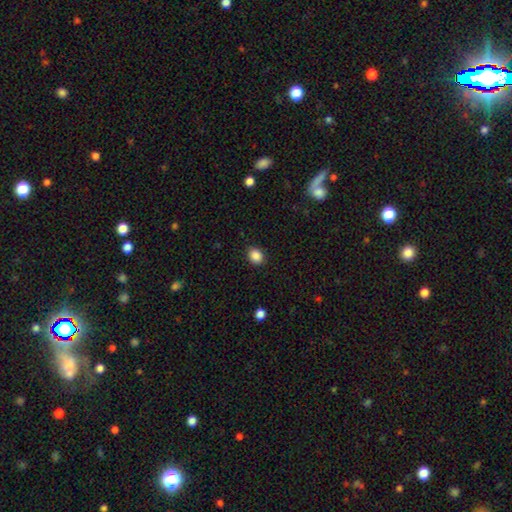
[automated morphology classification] A smooth galaxy with no disk features (87%) that is round (63%).

Vote fractions:
- Smooth or featured? smooth: 87% / star or artifact: 10% / featured or disk: 3%
- How rounded? round: 63% / in between: 36% / cigar-shaped: 1%
- Merging? none: 89% / minor disturbance: 8% / major disturbance: 2% / merger: 1%